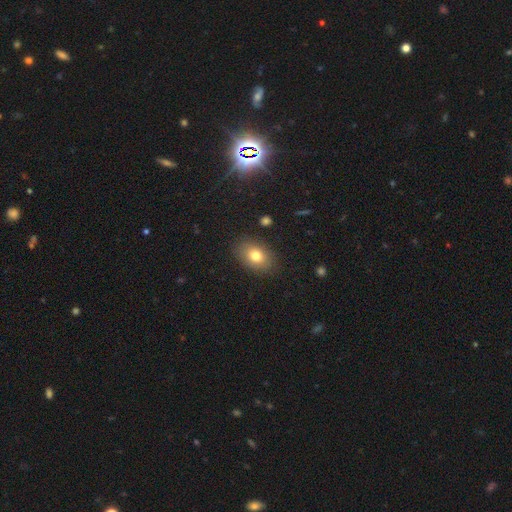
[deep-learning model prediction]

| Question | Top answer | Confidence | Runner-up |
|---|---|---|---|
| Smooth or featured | smooth | 76% | featured or disk (14%) |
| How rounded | in between | 77% | round (22%) |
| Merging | none | 85% | minor disturbance (10%) |